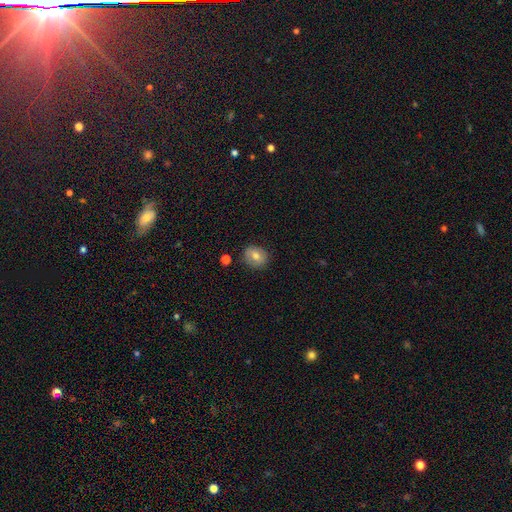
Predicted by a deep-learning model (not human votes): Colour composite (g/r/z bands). It shows a smooth galaxy with no disk features (73%) that is round (64%). Merging: none (84%).